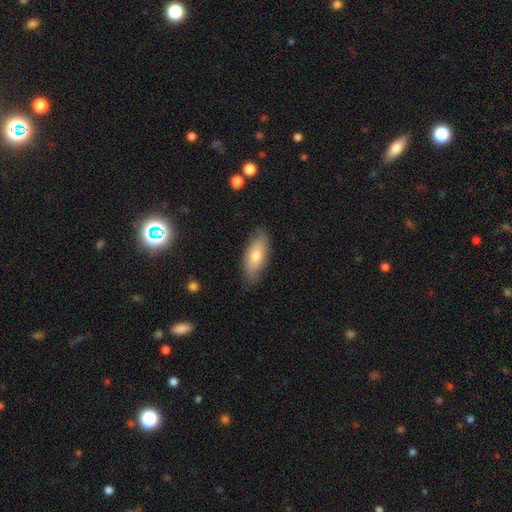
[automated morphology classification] This appears to be a smooth galaxy with no disk features (66%) that is in between round and cigar-shaped (82%). Merging: none (81%).